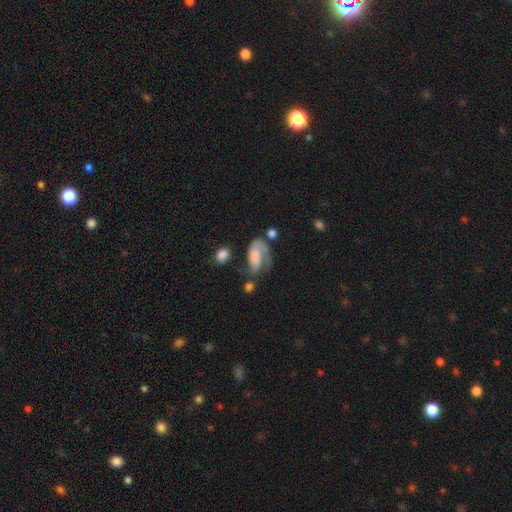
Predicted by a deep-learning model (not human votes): Smooth or featured? featured or disk (62%)
Edge-on disk? no (97%)
Bar? no (63%)
Spiral arms? yes (86%)
Spiral winding? medium (37%)
Spiral arm count? 1 (61%)
Bulge size? none (46%)
Merging? major disturbance (36%)